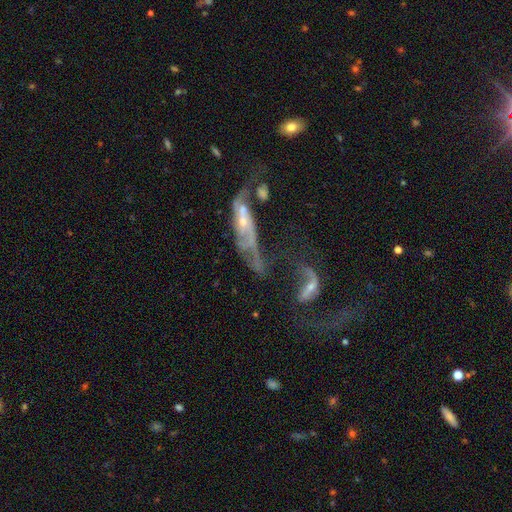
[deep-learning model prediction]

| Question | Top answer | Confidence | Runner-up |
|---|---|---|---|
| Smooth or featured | featured or disk | 68% | smooth (18%) |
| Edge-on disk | no | 77% | yes (23%) |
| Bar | no | 64% | weak (26%) |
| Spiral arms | yes | 60% | no (40%) |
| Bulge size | small | 50% | moderate (30%) |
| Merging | merger | 42% | major disturbance (29%) |